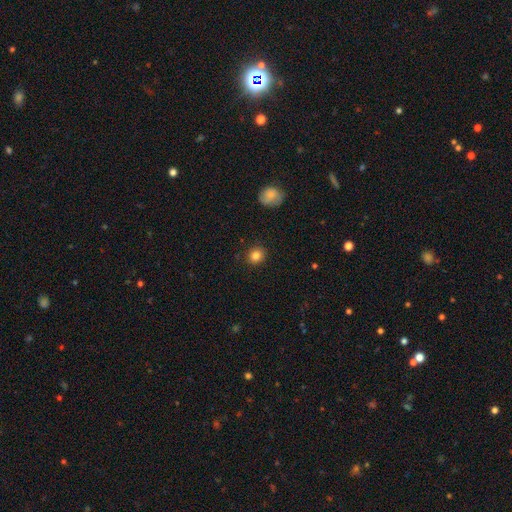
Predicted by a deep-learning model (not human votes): This is clearly a smooth galaxy (84%). How rounded: clearly round (84%). Merging: clearly none (90%).